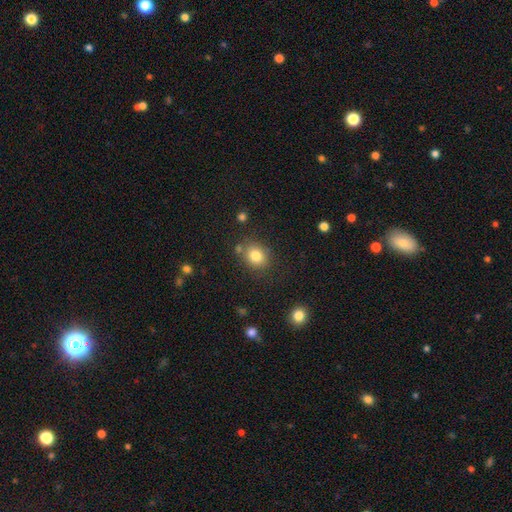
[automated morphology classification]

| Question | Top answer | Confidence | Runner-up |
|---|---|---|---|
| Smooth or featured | smooth | 82% | star or artifact (11%) |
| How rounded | round | 66% | in between (33%) |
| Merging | none | 75% | minor disturbance (12%) |